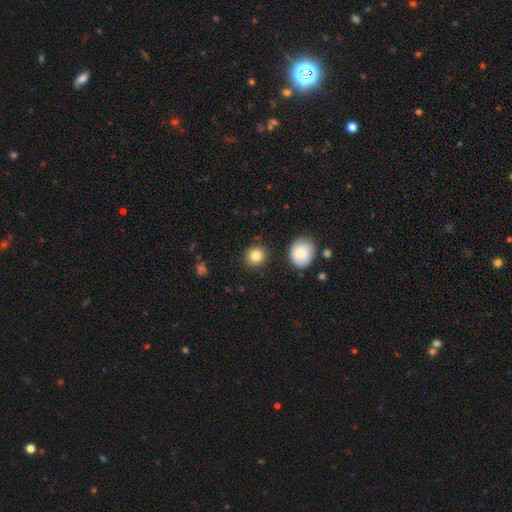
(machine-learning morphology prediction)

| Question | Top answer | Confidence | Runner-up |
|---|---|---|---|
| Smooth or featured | smooth | 84% | star or artifact (10%) |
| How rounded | round | 87% | in between (12%) |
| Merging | none | 87% | minor disturbance (7%) |